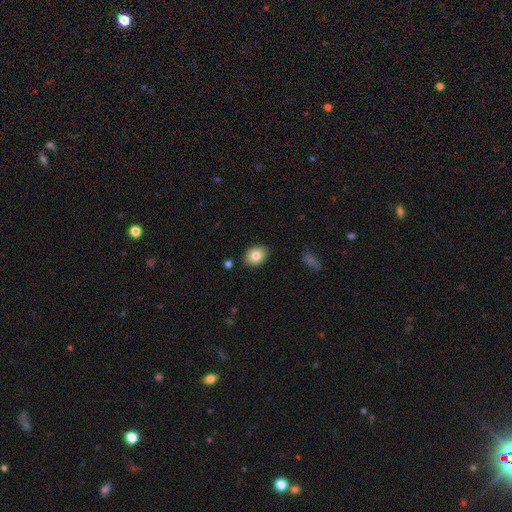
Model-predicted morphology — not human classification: A smooth galaxy with no disk features (82%) that is in between round and cigar-shaped (58%).

Vote fractions:
- Smooth or featured? smooth: 82% / featured or disk: 10% / star or artifact: 8%
- How rounded? in between: 58% / round: 41% / cigar-shaped: 1%
- Merging? none: 87% / minor disturbance: 9% / major disturbance: 2% / merger: 2%